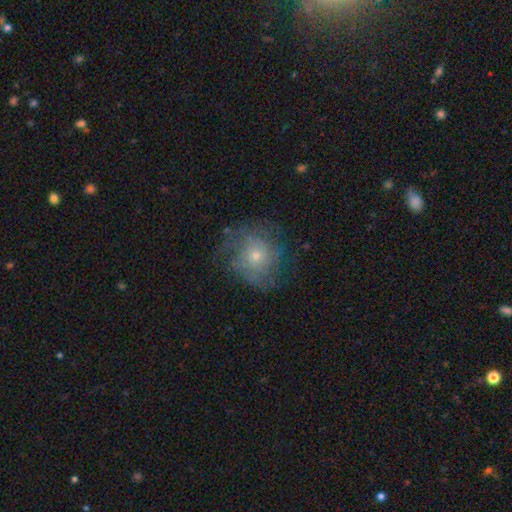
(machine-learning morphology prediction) type=featured or disk (50%); edge-on=no (97%); merging=none (65%).